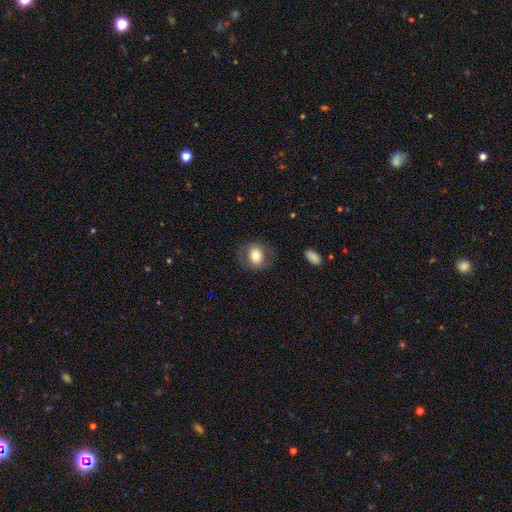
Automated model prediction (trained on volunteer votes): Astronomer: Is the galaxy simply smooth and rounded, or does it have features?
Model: smooth — 70%.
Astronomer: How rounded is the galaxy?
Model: round — 59% (runner-up: in between, 40%).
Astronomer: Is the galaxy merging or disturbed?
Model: none — 79%.